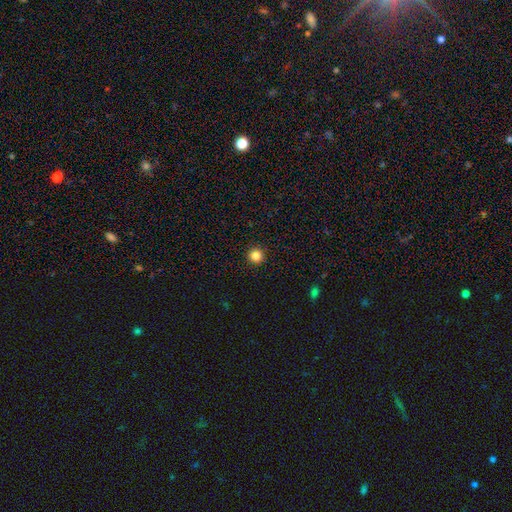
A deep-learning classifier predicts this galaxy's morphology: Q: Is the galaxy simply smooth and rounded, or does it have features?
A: smooth — 85%.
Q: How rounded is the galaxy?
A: round — 96%.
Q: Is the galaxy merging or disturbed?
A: none — 94%.